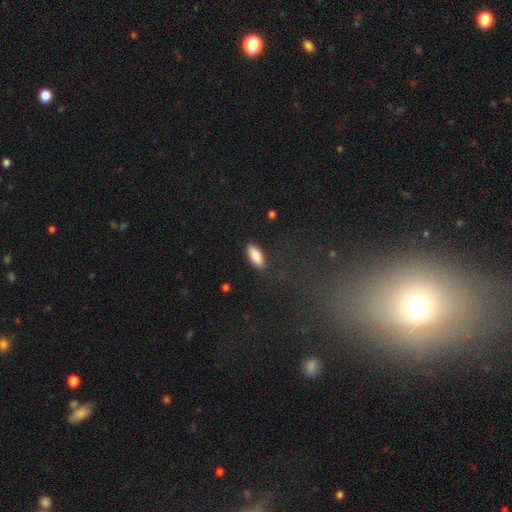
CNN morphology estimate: This is clearly a smooth galaxy (88%). How rounded: likely in between (72%). Merging: clearly none (85%).